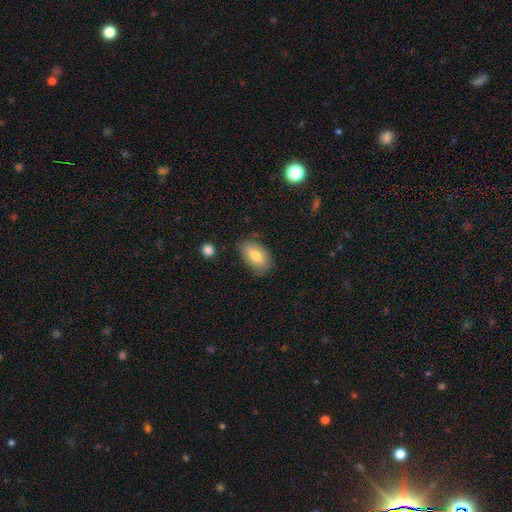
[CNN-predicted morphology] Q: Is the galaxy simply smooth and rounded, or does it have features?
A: smooth — 78%.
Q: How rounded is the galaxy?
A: in between — 92%.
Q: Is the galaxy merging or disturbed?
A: none — 75%.